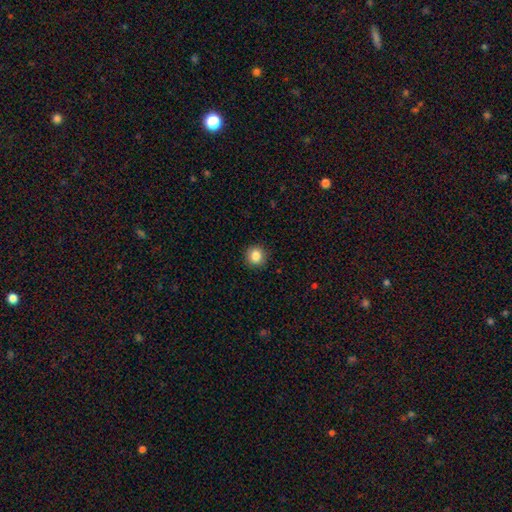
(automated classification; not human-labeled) A smooth galaxy with no disk features (86%) that is round (92%).

Vote fractions:
- Smooth or featured? smooth: 86% / star or artifact: 10% / featured or disk: 4%
- How rounded? round: 92% / in between: 8% / cigar-shaped: 1%
- Merging? none: 92% / minor disturbance: 6% / major disturbance: 2% / merger: 1%